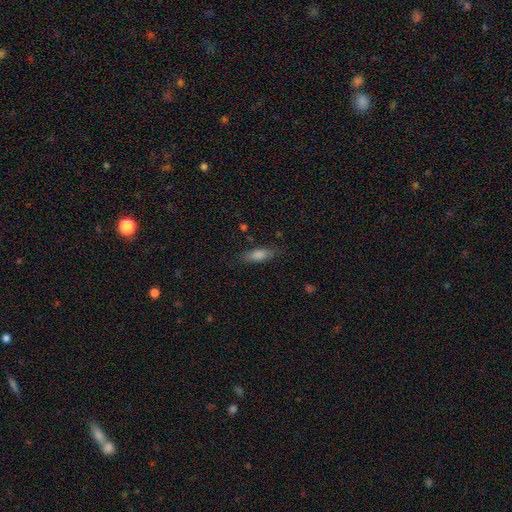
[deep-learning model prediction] A smooth galaxy with no disk features (66%) that is in between round and cigar-shaped (53%).

Vote fractions:
- Smooth or featured? smooth: 66% / featured or disk: 22% / star or artifact: 12%
- How rounded? in between: 53% / cigar-shaped: 44% / round: 3%
- Merging? none: 81% / minor disturbance: 14% / major disturbance: 4% / merger: 1%